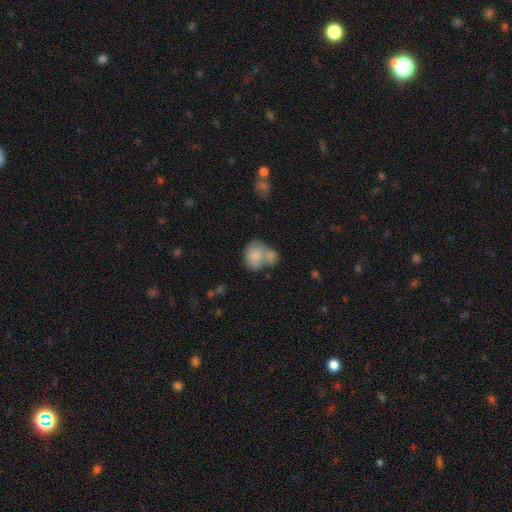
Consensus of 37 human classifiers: Smooth or featured? 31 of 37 (84%) said smooth. How rounded? 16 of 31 (52%) said round. Merging? 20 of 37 (54%) said merger.